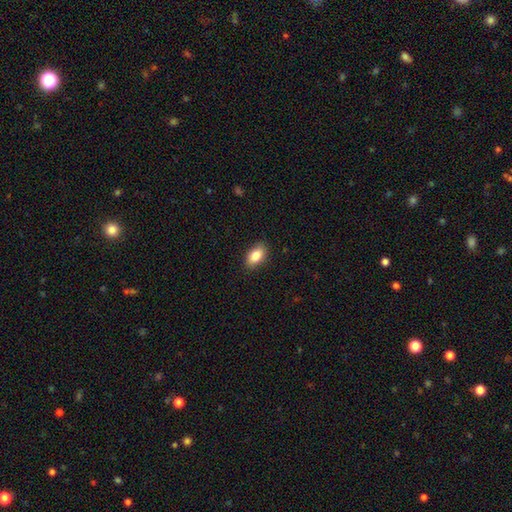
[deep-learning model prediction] smooth-or-featured: smooth: 85% | featured or disk: 8% | star or artifact: 8%
  how-rounded: in between: 91% | round: 6% | cigar-shaped: 3%
  merging: none: 88% | minor disturbance: 9% | major disturbance: 2% | merger: 1%